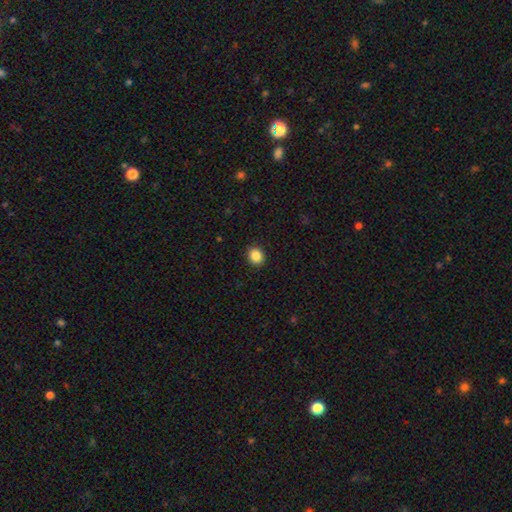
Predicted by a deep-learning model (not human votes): This appears to be a smooth galaxy with no disk features (86%) that is round (70%). Merging: none (91%).